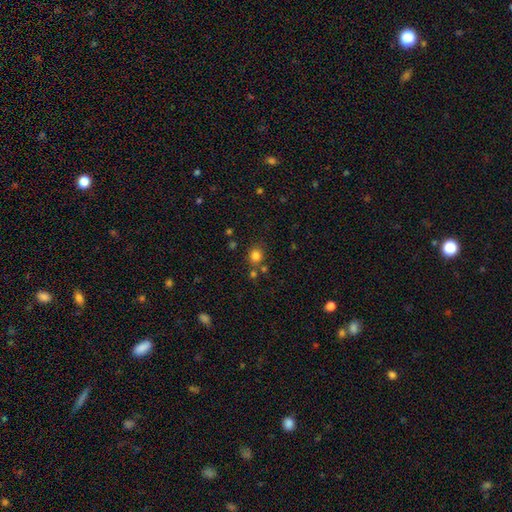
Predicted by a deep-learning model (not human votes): Smooth or featured? Predicted: smooth (p=0.81). How rounded? Predicted: round (p=0.79). Merging? Predicted: none (p=0.74).